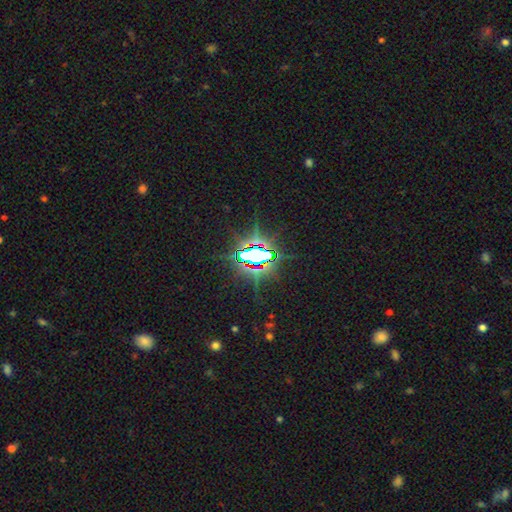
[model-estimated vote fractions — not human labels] Smooth or featured? Predicted: star or artifact (p=0.79).